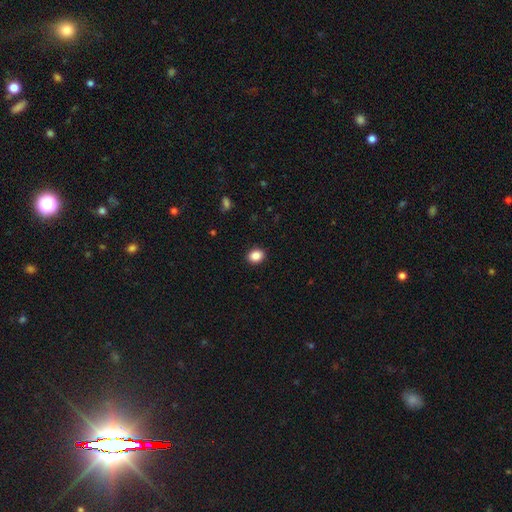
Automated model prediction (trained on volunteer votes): Smooth or featured? Predicted: smooth (p=0.88). How rounded? Predicted: round (p=0.51). Merging? Predicted: none (p=0.91).